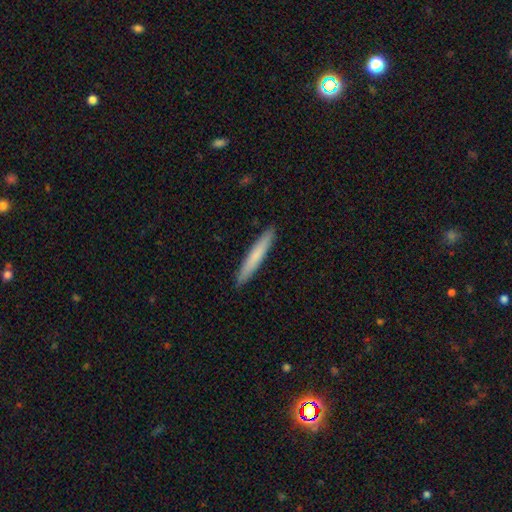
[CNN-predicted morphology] Smooth or featured?
  - smooth: 73% *
  - featured or disk: 22%
  - star or artifact: 5%
How rounded?
  - cigar-shaped: 96% *
  - in between: 3%
  - round: 1%
Merging?
  - none: 92% *
  - minor disturbance: 6%
  - major disturbance: 1%
  - merger: 1%